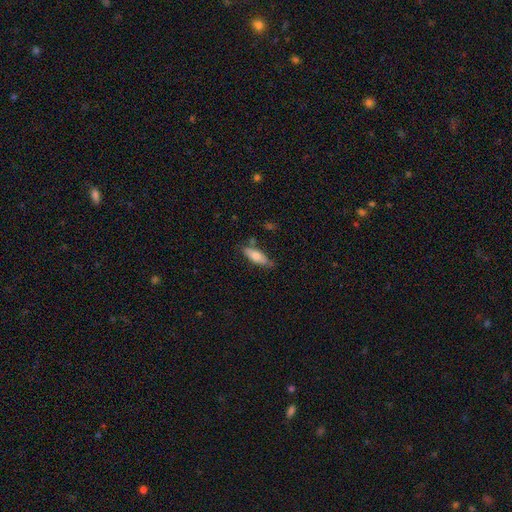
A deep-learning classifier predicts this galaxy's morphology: smooth_or_featured: smooth (p=0.70) [alt: featured or disk p=0.24]
how_rounded: in between (p=0.63) [alt: cigar-shaped p=0.35]
merging: none (p=0.69) [alt: minor disturbance p=0.22]